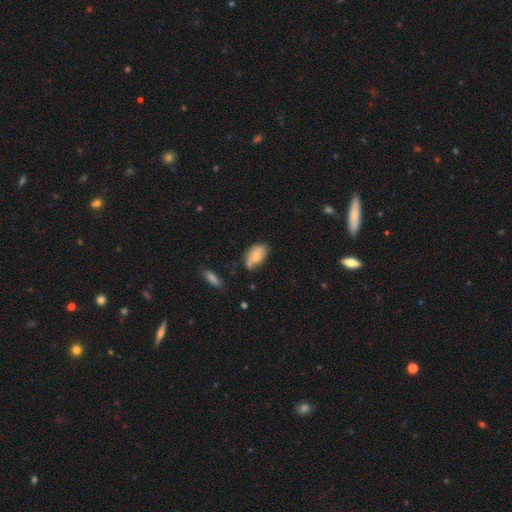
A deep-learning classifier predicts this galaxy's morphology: smooth_or_featured: smooth (p=0.71) [alt: featured or disk p=0.21]
how_rounded: in between (p=0.92) [alt: round p=0.05]
merging: none (p=0.47) [alt: minor disturbance p=0.36]